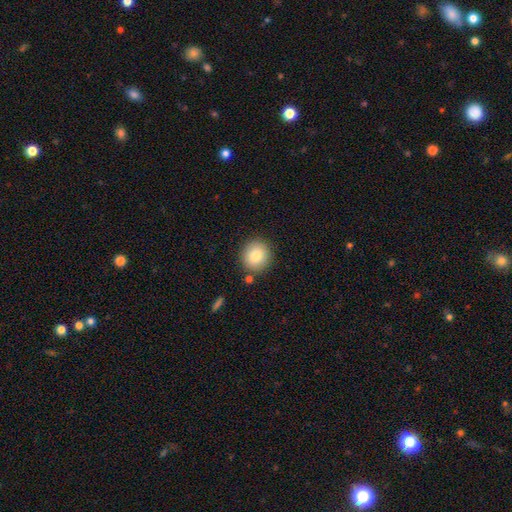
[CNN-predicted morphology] Smooth or featured?
  - smooth: 83% *
  - featured or disk: 9%
  - star or artifact: 8%
How rounded?
  - round: 89% *
  - in between: 10%
  - cigar-shaped: 1%
Merging?
  - none: 85% *
  - minor disturbance: 8%
  - merger: 4%
  - major disturbance: 2%